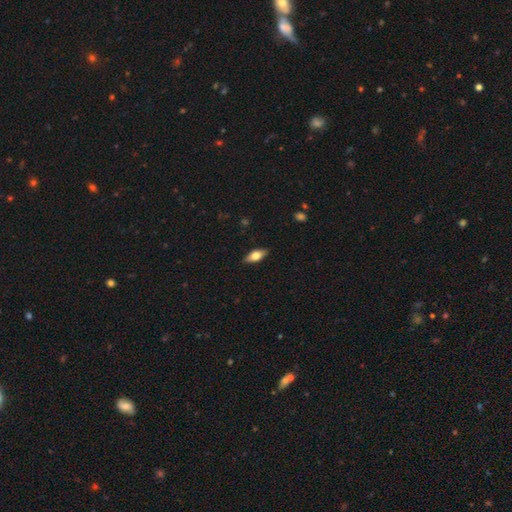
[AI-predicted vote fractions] Smooth or featured? Predicted: smooth (p=0.62). How rounded? Predicted: in between (p=0.78). Merging? Predicted: none (p=0.88).